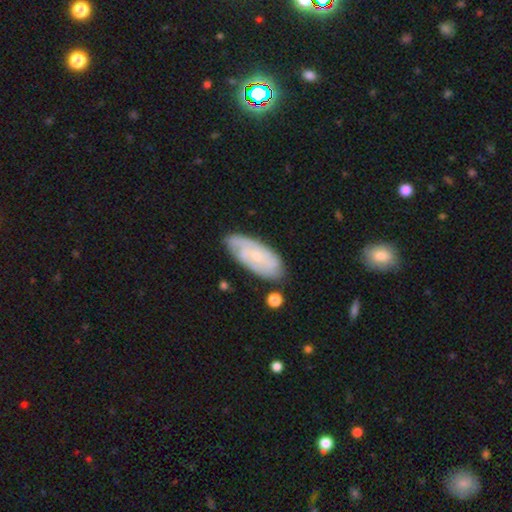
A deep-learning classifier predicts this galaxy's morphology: A featured or disk galaxy (65%) with no bar (73%), tight (61%) spiral arms (87%) and a small central bulge (75%).

Vote fractions:
- Smooth or featured? featured or disk: 65% / smooth: 29% / star or artifact: 6%
- Edge-on disk? no: 91% / yes: 9%
- Bar? no: 73% / weak: 23% / strong: 4%
- Spiral arms? yes: 87% / no: 13%
- Spiral winding? tight: 61% / medium: 29% / loose: 10%
- Spiral arm count? can't tell: 44% / 2: 26% / 3: 16% / 4: 7% / 1: 4% / more than 4: 3%
- Bulge size? small: 75% / moderate: 20% / none: 3% / large: 1% / dominant: 1%
- Merging? none: 75% / minor disturbance: 19% / major disturbance: 4% / merger: 3%